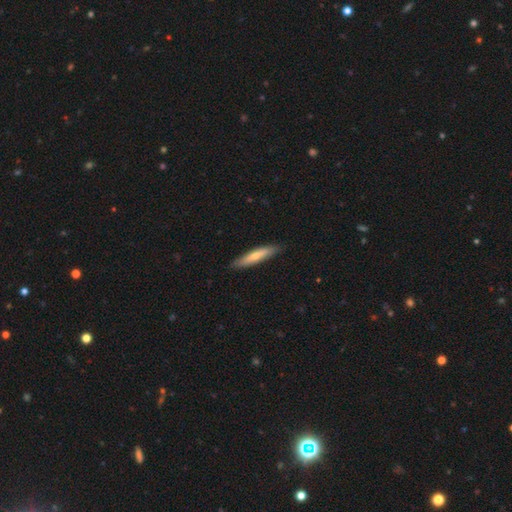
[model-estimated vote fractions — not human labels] Overall: smooth (60%; featured or disk 35%). How rounded: cigar-shaped (85%). Merging: none (86%).